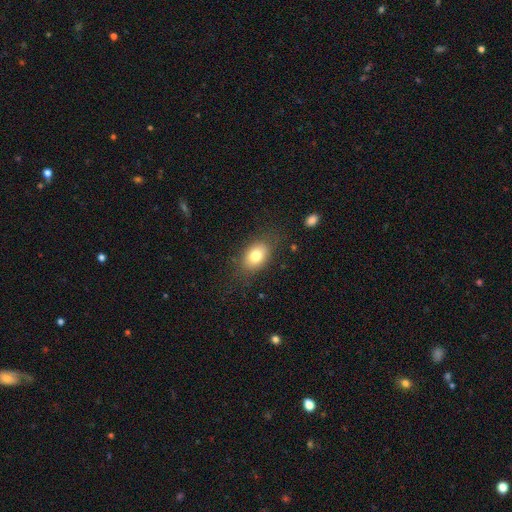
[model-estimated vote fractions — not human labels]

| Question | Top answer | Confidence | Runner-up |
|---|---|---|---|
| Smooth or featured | smooth | 78% | featured or disk (13%) |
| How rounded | in between | 81% | round (18%) |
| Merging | none | 79% | minor disturbance (15%) |